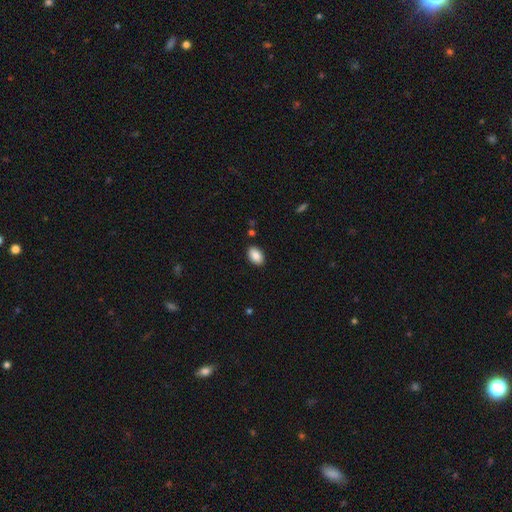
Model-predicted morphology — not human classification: smooth-or-featured: smooth: 88% | star or artifact: 7% | featured or disk: 5%
  how-rounded: in between: 91% | round: 8% | cigar-shaped: 1%
  merging: none: 89% | minor disturbance: 8% | major disturbance: 2% | merger: 1%